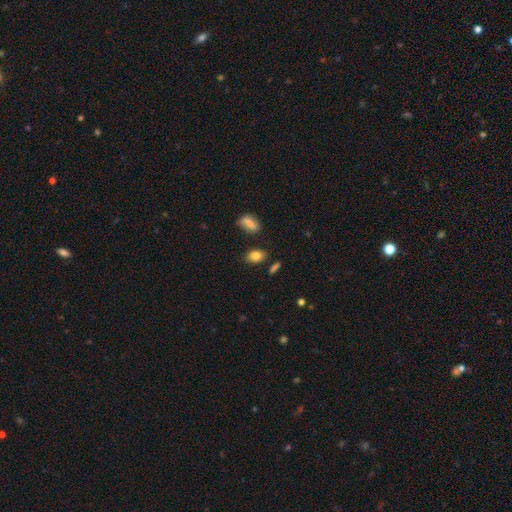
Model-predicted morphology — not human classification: type=smooth (82%); roundness=in between (81%); merging=none (80%).